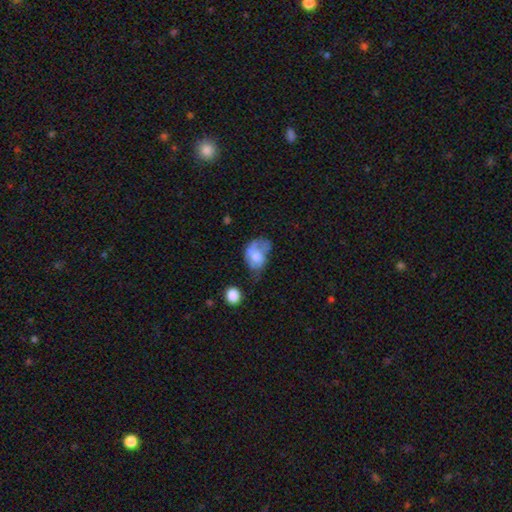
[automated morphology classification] smooth 52%, featured or disk 40%, star or artifact 9%. Down the decision tree: how rounded — in between (72%); merging — major disturbance (39%).